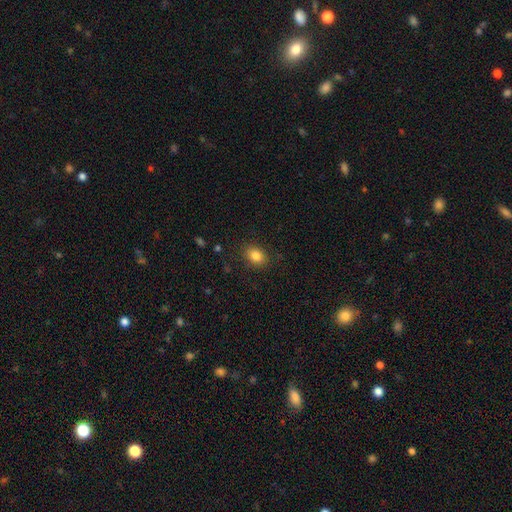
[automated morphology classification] The model was most divided on "how rounded": in between: 67%, round: 32%, cigar-shaped: 1%. More confident: merging — none (86%); smooth or featured — smooth (84%).